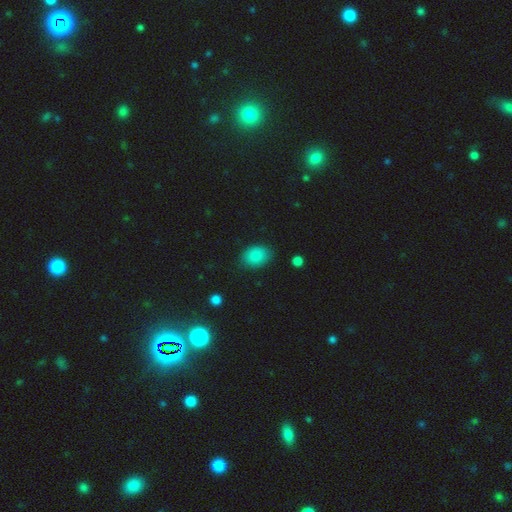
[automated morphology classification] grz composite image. It shows a smooth galaxy with no disk features (86%) that is in between round and cigar-shaped (73%). Merging: none (79%).